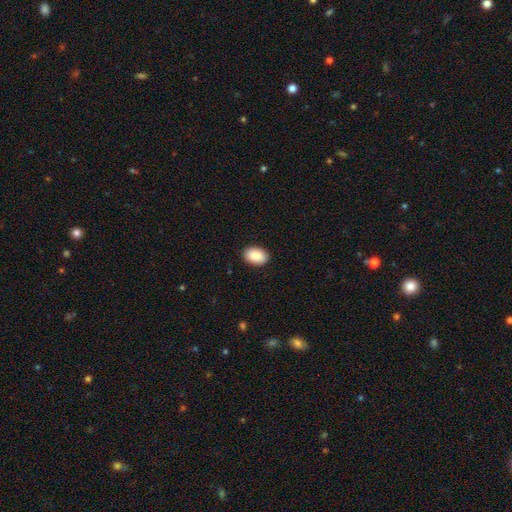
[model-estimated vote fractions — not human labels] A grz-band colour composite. It shows a smooth galaxy with no disk features (87%) that is in between round and cigar-shaped (85%). Merging: none (89%).